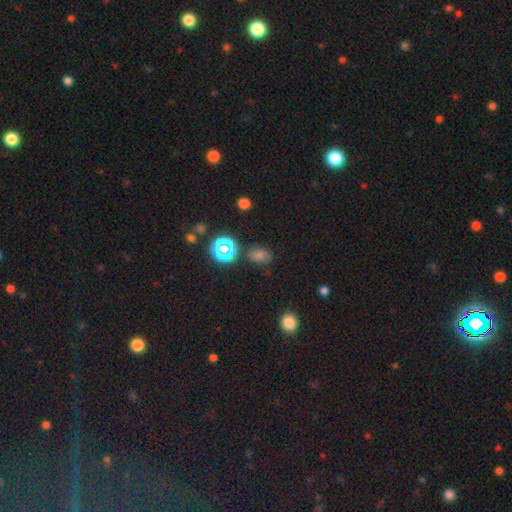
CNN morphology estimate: smooth 58%, star or artifact 32%, featured or disk 10%. Down the decision tree: how rounded — round (53%); merging — none (73%).